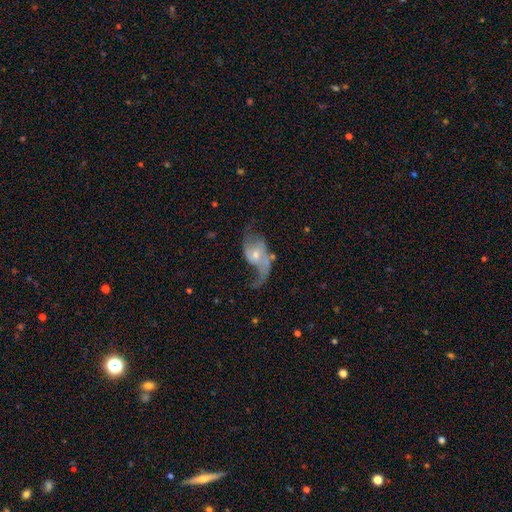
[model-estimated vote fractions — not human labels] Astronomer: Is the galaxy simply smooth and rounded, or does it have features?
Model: featured or disk — 84%.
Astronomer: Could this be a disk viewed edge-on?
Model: no — 96%.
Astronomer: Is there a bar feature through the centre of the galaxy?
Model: no — 57% (runner-up: weak, 34%).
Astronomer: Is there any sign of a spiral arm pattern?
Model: yes — 94%.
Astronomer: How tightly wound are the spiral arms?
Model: loose — 67%.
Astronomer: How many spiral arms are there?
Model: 2 — 85%.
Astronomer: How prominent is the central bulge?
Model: small — 56% (runner-up: moderate, 37%).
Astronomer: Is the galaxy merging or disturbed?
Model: none — 52%.